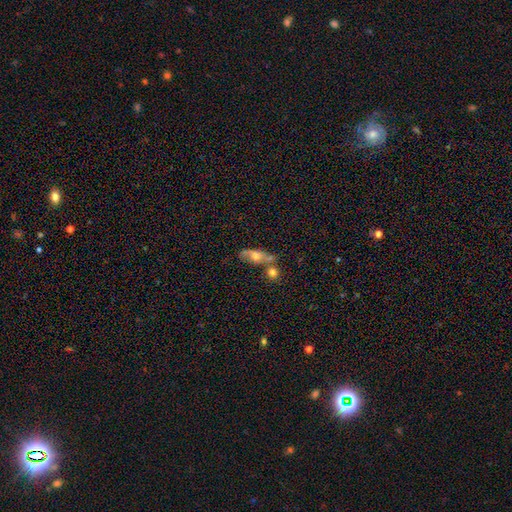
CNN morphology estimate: Smooth or featured?
  - smooth: 47% *
  - featured or disk: 43%
  - star or artifact: 11%
Merging?
  - none: 43% *
  - merger: 31%
  - minor disturbance: 16%
  - major disturbance: 9%